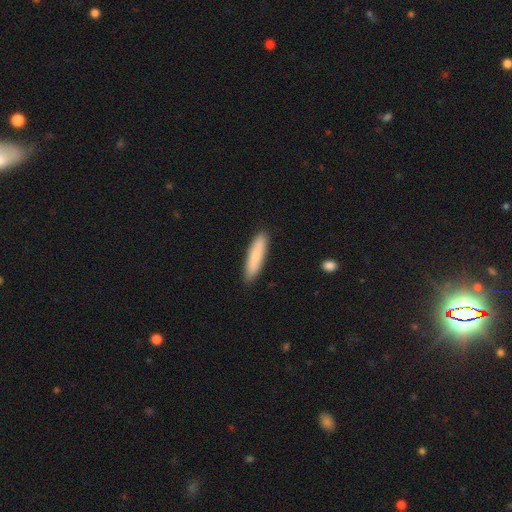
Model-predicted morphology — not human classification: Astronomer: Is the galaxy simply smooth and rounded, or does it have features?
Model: smooth — 82%.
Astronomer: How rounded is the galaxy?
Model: cigar-shaped — 81%.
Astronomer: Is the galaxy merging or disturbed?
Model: none — 89%.